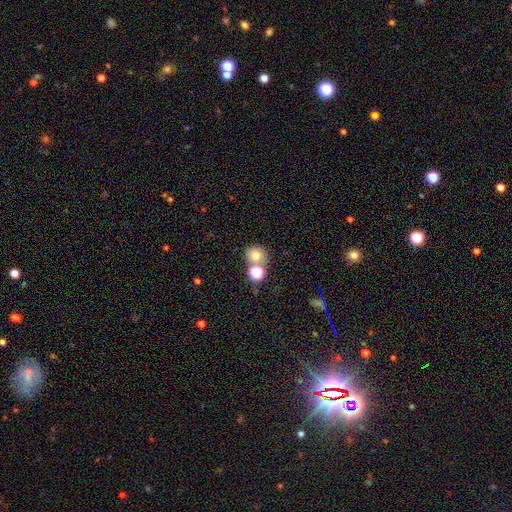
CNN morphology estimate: This appears to be a smooth galaxy with no disk features (73%) that is round (82%). Merging: none (56%).